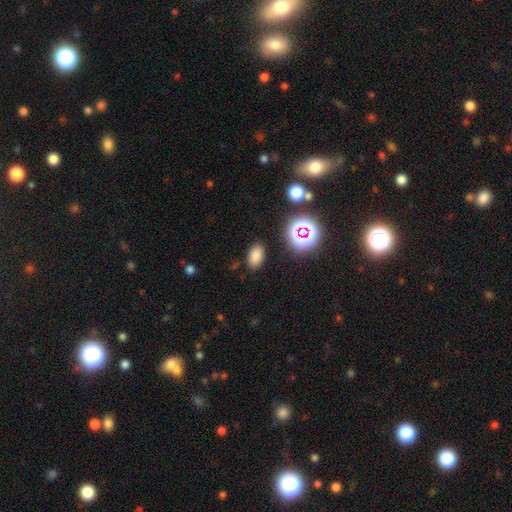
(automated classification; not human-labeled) smooth_or_featured: smooth (p=0.78) [alt: star or artifact p=0.16]
how_rounded: in between (p=0.89) [alt: round p=0.10]
merging: none (p=0.86) [alt: minor disturbance p=0.09]